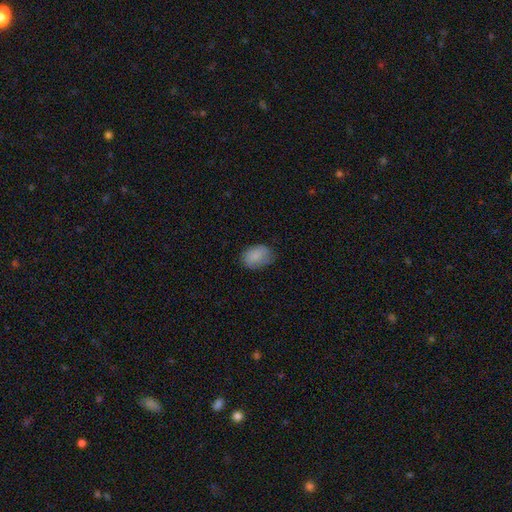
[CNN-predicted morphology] A smooth galaxy with no disk features (85%) that is in between round and cigar-shaped (79%).

Vote fractions:
- Smooth or featured? smooth: 85% / featured or disk: 8% / star or artifact: 7%
- How rounded? in between: 79% / round: 20% / cigar-shaped: 1%
- Merging? none: 69% / minor disturbance: 25% / major disturbance: 6% / merger: 1%